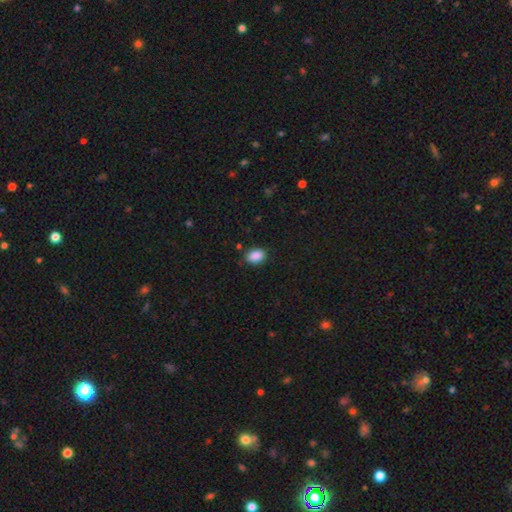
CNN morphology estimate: This appears to be a smooth galaxy with no disk features (89%) that is in between round and cigar-shaped (82%). Merging: none (85%).